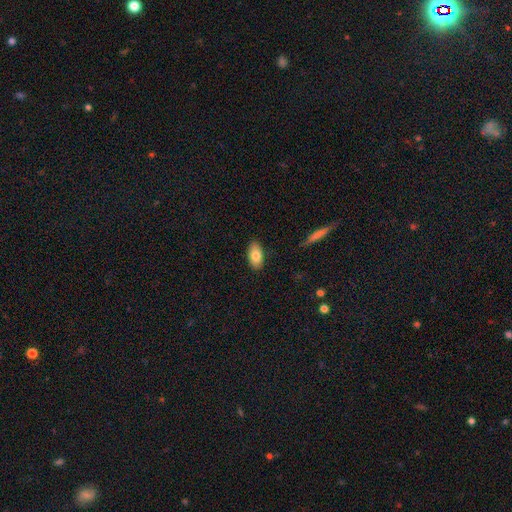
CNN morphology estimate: This is likely a smooth galaxy (80%). How rounded: clearly in between (93%). Merging: clearly none (87%).